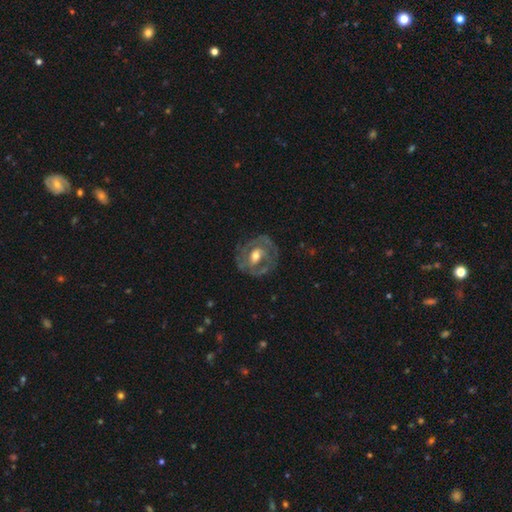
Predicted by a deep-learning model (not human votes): A featured or disk galaxy (78%) with no bar (42%), 2 (44%) tight (54%) spiral arms (75%) and a moderate central bulge (72%). Merging: none (68%).